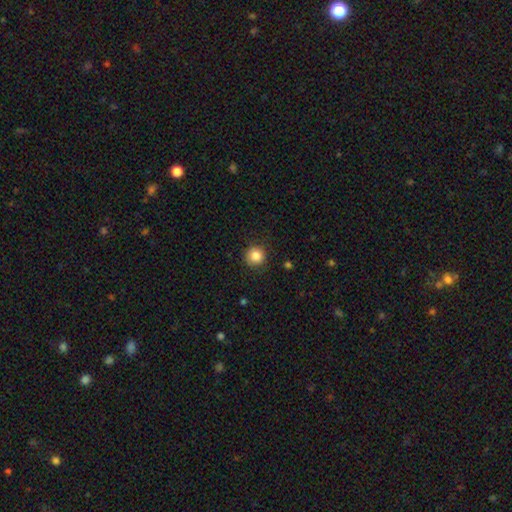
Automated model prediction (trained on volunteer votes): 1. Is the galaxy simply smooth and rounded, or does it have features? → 85% smooth, 10% star or artifact, 5% featured or disk.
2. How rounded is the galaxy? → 94% round, 5% in between, 1% cigar-shaped.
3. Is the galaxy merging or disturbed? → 90% none, 7% minor disturbance, 2% major disturbance, 1% merger.